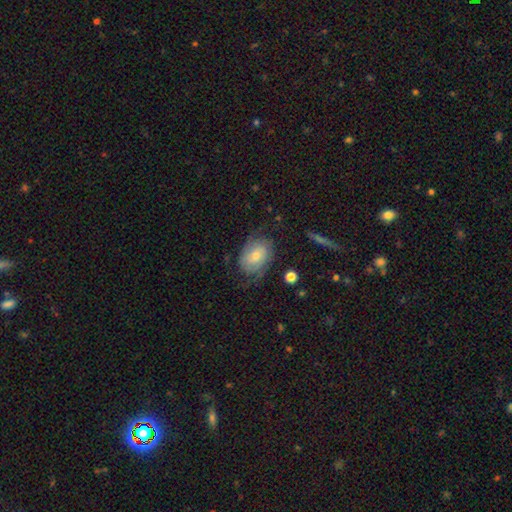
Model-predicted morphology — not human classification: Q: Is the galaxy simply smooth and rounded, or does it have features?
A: featured or disk — 55%.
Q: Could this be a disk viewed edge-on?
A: no — 96%.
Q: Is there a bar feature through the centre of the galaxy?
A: no — 63%.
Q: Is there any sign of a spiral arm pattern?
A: yes — 83%.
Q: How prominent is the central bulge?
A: moderate — 48%.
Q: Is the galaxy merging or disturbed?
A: none — 61%.